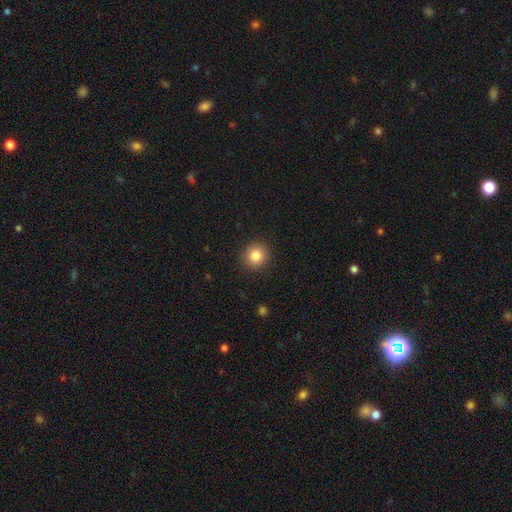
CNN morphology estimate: type=smooth (83%); roundness=round (93%); merging=none (92%).